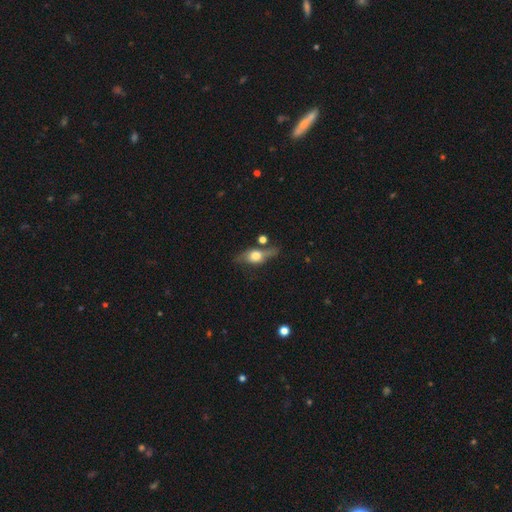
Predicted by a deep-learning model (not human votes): featured or disk 48%, smooth 44%, star or artifact 8%. Down the decision tree: merging — none (63%).